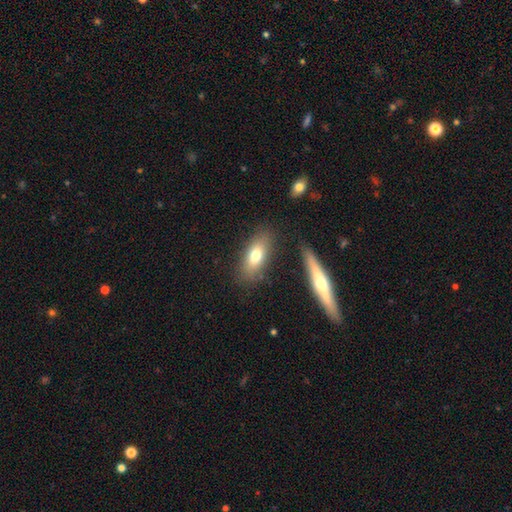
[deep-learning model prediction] smooth 71%, featured or disk 21%, star or artifact 8%. Down the decision tree: how rounded — in between (75%); merging — none (79%).